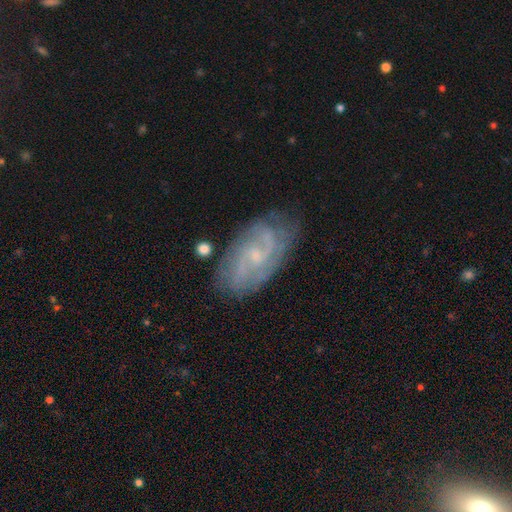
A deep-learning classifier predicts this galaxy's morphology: Smooth or featured? Predicted: featured or disk (p=0.78). Edge-on disk? Predicted: no (p=0.95). Bar? Predicted: no (p=0.55). Spiral arms? Predicted: yes (p=0.92). Spiral winding? Predicted: medium (p=0.43). Spiral arm count? Predicted: 2 (p=0.41). Bulge size? Predicted: small (p=0.69). Merging? Predicted: none (p=0.73).